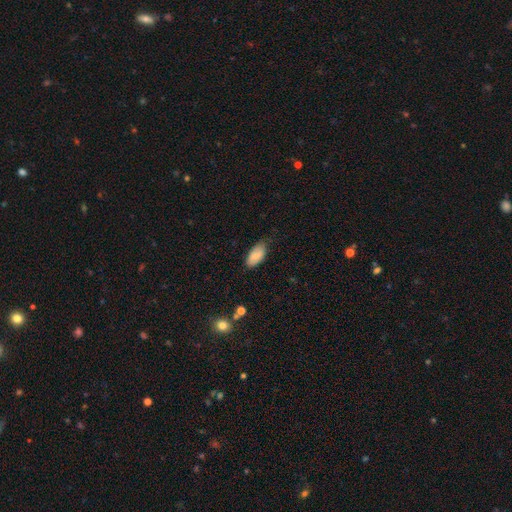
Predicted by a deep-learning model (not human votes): Smooth or featured? Predicted: smooth (p=0.80). How rounded? Predicted: in between (p=0.93). Merging? Predicted: none (p=0.66).